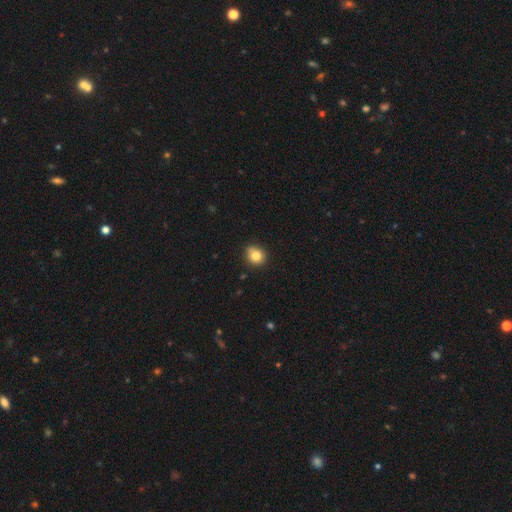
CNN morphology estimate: Overall: smooth (81%). How rounded: round (78%). Merging: none (82%).